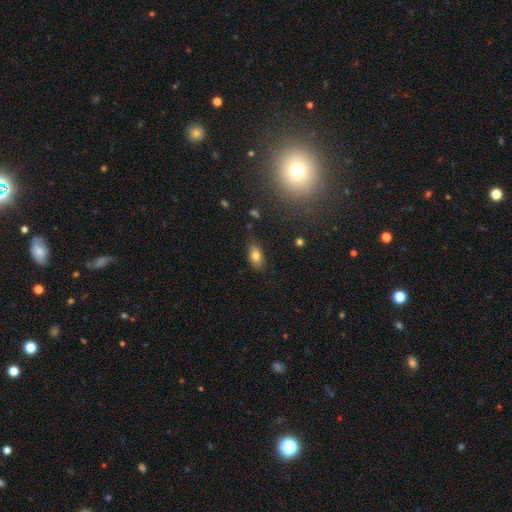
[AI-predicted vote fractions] smooth_or_featured: smooth (p=0.78) [alt: featured or disk p=0.12]
how_rounded: in between (p=0.87) [alt: round p=0.08]
merging: none (p=0.76) [alt: minor disturbance p=0.19]